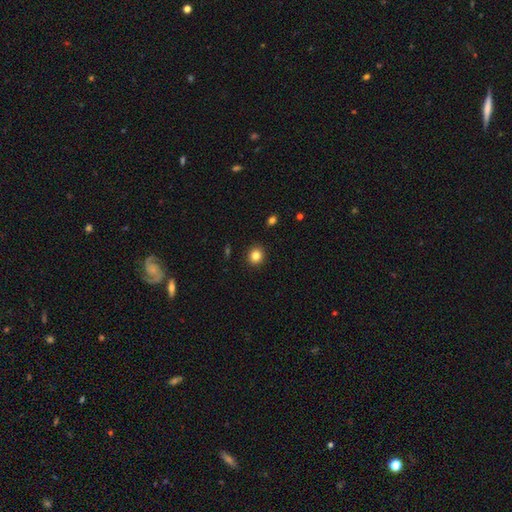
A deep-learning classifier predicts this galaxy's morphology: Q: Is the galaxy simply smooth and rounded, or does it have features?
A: smooth — 83%.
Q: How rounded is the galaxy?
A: round — 83%.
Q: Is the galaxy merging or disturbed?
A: none — 92%.